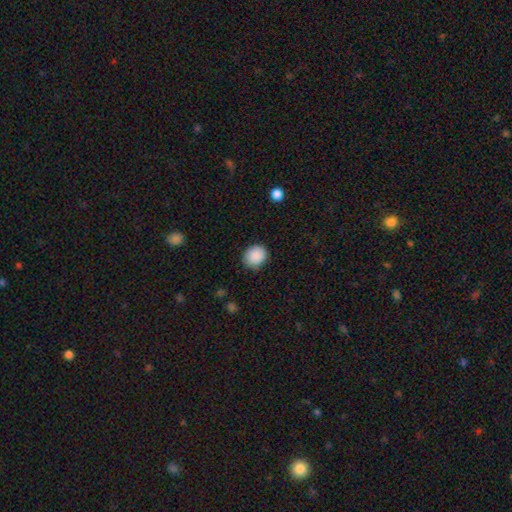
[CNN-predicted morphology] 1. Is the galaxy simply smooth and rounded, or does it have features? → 89% smooth, 8% star or artifact, 3% featured or disk.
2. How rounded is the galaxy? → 71% round, 28% in between, 1% cigar-shaped.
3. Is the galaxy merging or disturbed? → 85% none, 11% minor disturbance, 3% major disturbance, 1% merger.